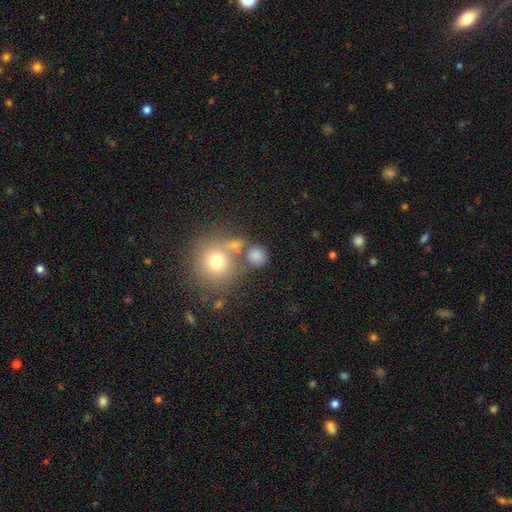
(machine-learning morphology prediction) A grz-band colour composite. It shows a smooth galaxy with no disk features (78%) that is round (83%). Merging: none (66%).